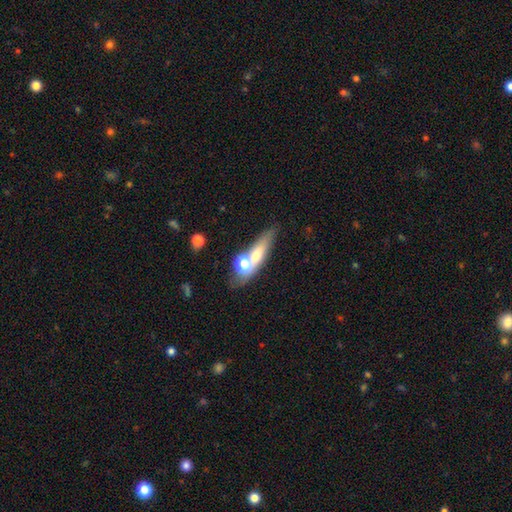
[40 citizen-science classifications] Smooth or featured? 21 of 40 (52%) said smooth. How rounded? 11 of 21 (52%) said cigar-shaped. Merging? 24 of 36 (67%) said none.